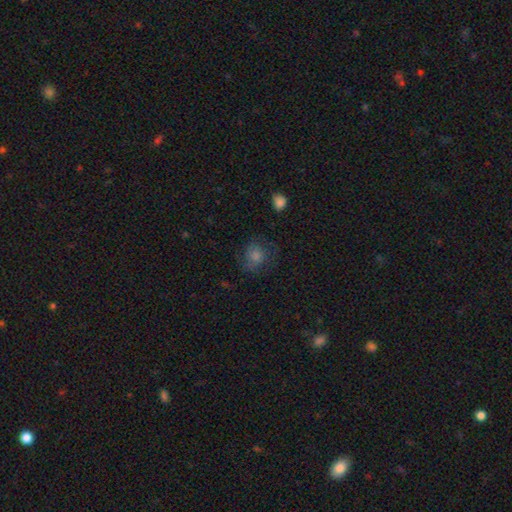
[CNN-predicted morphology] This is possibly a smooth galaxy (53%). How rounded: likely round (74%). Merging: likely none (69%).